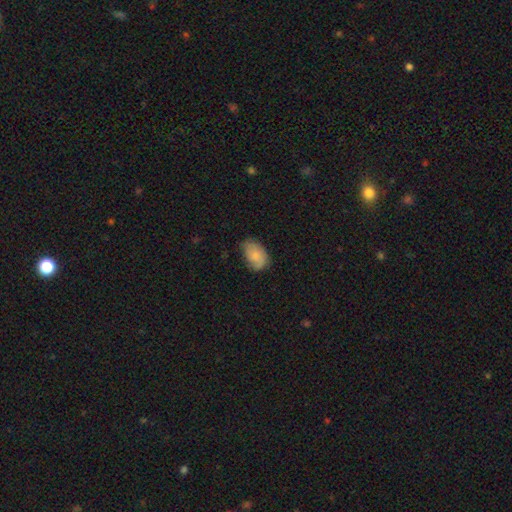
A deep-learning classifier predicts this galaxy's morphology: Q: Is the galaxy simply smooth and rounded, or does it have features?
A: smooth — 75%.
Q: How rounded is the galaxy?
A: in between — 89%.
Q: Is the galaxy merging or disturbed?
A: none — 65%.